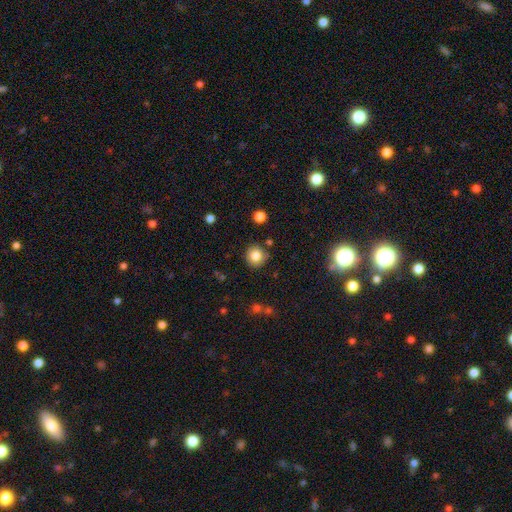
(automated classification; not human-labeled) A smooth galaxy with no disk features (82%) that is round (92%). Merging: none (85%).